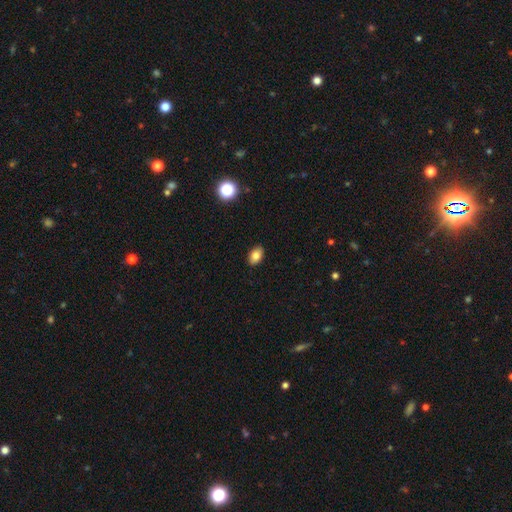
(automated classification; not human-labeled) This appears to be a smooth galaxy with no disk features (83%) that is in between round and cigar-shaped (89%). Merging: none (90%).